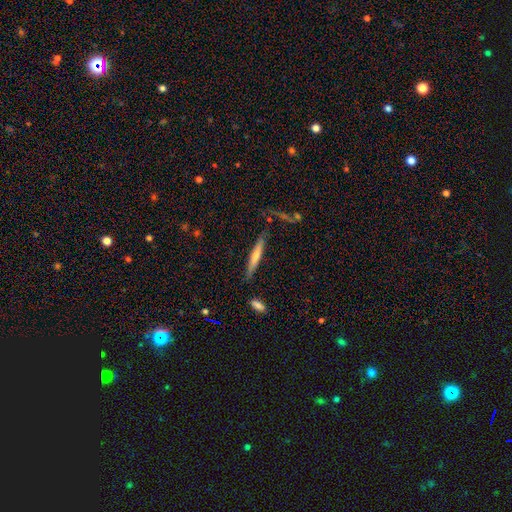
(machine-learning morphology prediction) smooth_or_featured: featured or disk (p=0.54) [alt: smooth p=0.38]
disk_edge_on: yes (p=0.95) [alt: no p=0.05]
edge_on_bulge: rounded (p=0.55) [alt: none p=0.37]
merging: none (p=0.80) [alt: minor disturbance p=0.13]